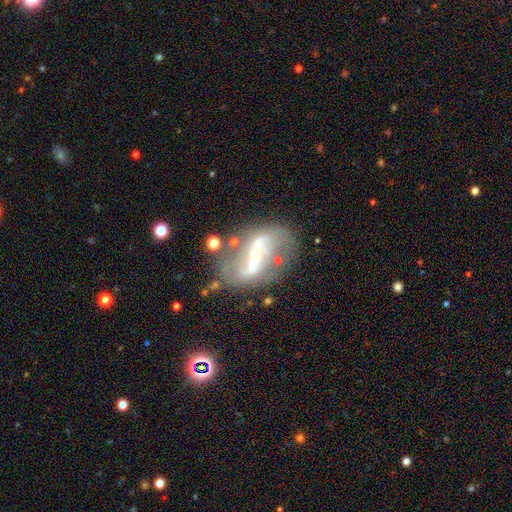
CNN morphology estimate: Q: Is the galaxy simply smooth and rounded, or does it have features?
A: featured or disk — 83%.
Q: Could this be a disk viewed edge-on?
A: no — 94%.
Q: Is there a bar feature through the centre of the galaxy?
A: strong — 66%.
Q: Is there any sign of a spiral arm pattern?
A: yes — 83%.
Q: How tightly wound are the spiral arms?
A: loose — 70%.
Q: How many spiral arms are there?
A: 2 — 87%.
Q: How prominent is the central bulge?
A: small — 73%.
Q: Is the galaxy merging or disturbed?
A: none — 65%.